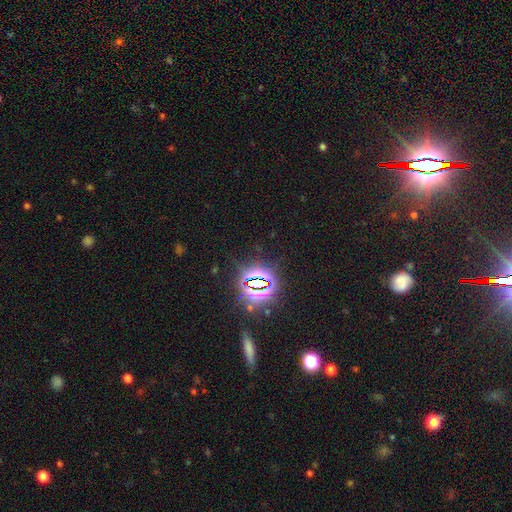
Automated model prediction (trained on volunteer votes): A star or artifact, not a galaxy (82%).